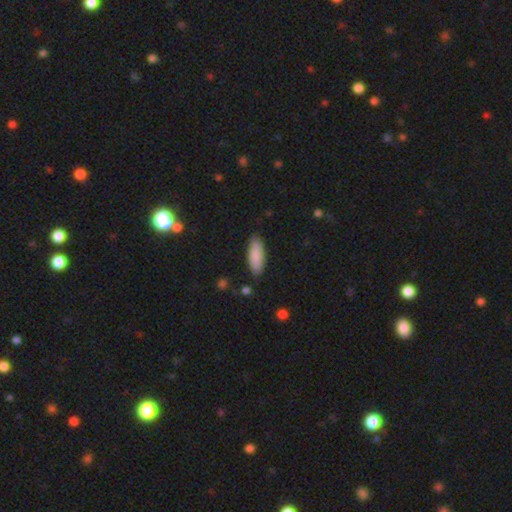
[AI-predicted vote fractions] This appears to be a smooth galaxy with no disk features (87%) that is in between round and cigar-shaped (68%). Merging: none (86%).